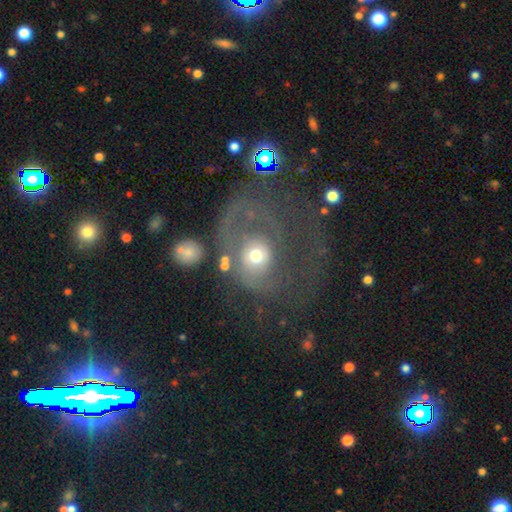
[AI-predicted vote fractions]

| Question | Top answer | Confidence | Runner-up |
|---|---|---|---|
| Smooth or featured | featured or disk | 53% | smooth (35%) |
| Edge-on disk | no | 96% | yes (4%) |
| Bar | no | 82% | weak (14%) |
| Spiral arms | yes | 60% | no (40%) |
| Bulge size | moderate | 62% | small (25%) |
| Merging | major disturbance | 48% | none (30%) |